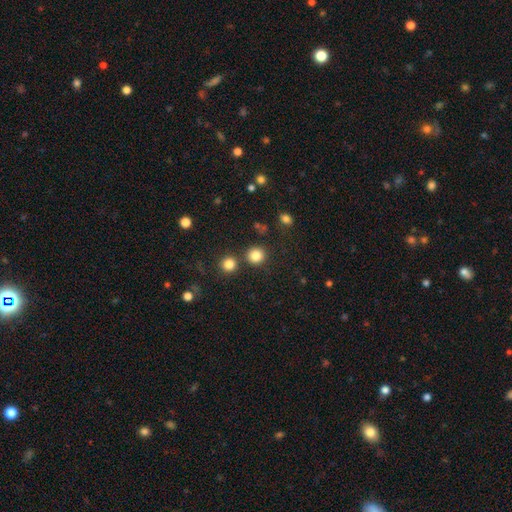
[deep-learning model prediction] smooth_or_featured: smooth (p=0.83) [alt: star or artifact p=0.13]
how_rounded: round (p=0.92) [alt: in between p=0.07]
merging: none (p=0.83) [alt: merger p=0.07]